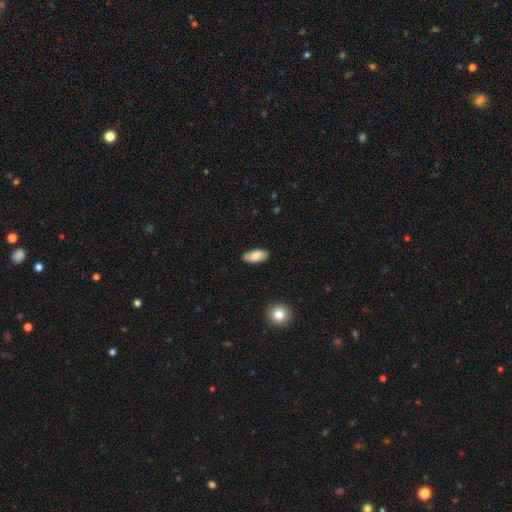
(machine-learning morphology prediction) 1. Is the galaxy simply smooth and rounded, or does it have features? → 76% smooth, 18% featured or disk, 7% star or artifact.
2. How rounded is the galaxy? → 91% in between, 6% cigar-shaped, 3% round.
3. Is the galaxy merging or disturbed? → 84% none, 13% minor disturbance, 2% major disturbance, 1% merger.